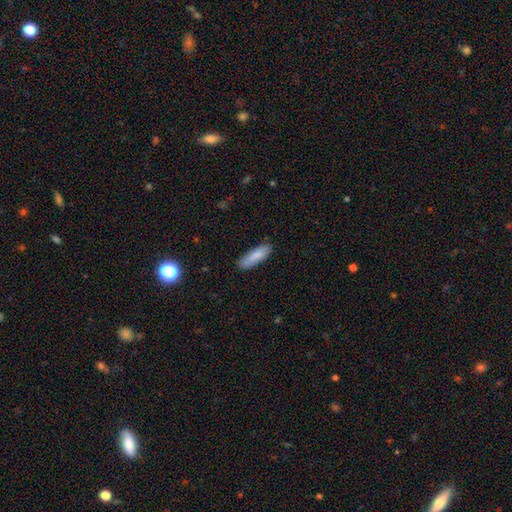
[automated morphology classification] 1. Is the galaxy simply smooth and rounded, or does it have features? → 86% smooth, 8% featured or disk, 6% star or artifact.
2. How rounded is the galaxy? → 50% cigar-shaped, 48% in between, 1% round.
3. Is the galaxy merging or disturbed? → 84% none, 12% minor disturbance, 2% major disturbance, 1% merger.